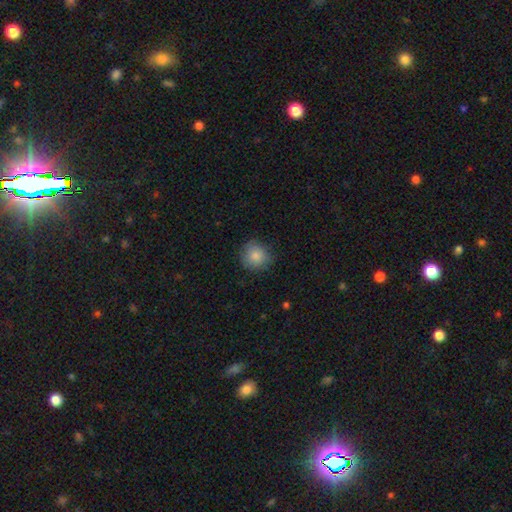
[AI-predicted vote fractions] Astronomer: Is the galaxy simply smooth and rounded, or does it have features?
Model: smooth — 85%.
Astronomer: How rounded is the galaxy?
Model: round — 88%.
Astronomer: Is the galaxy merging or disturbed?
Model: none — 79%.